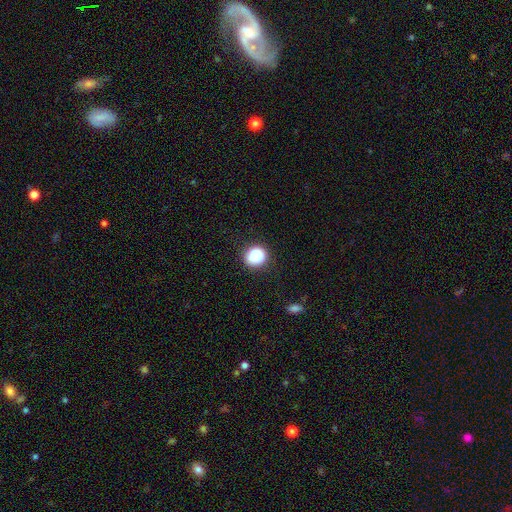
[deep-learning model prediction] Overall: smooth (87%). How rounded: round (86%). Merging: none (87%).